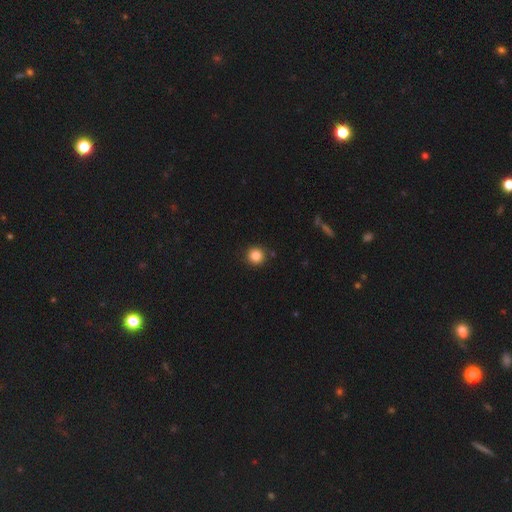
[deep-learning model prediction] This is clearly a smooth galaxy (85%). How rounded: clearly round (94%). Merging: clearly none (90%).